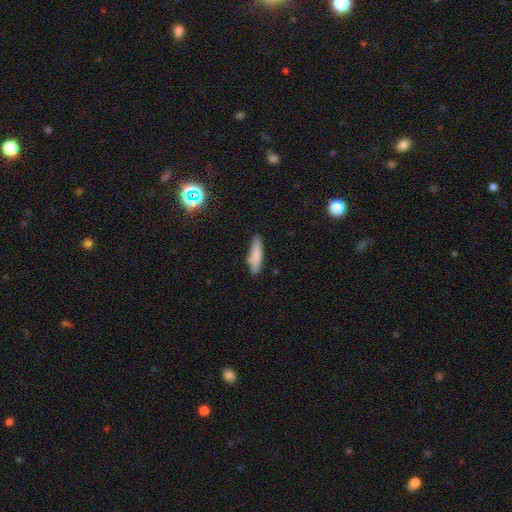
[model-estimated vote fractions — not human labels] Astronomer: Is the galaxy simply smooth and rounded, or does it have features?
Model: smooth — 80%.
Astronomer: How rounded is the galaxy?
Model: cigar-shaped — 69%.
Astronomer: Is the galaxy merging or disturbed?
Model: none — 78%.